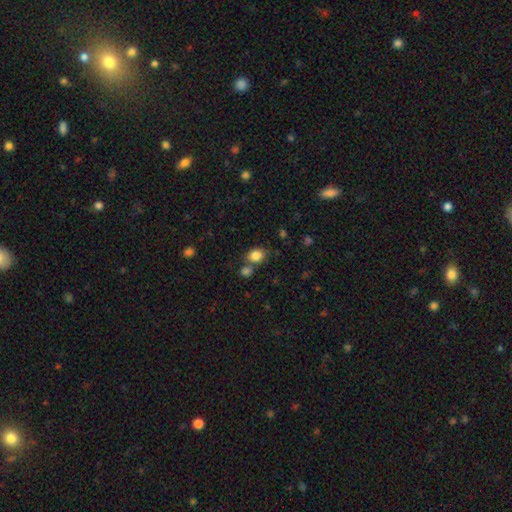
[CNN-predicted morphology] A smooth galaxy with no disk features (84%) that is in between round and cigar-shaped (52%). Merging: none (61%).